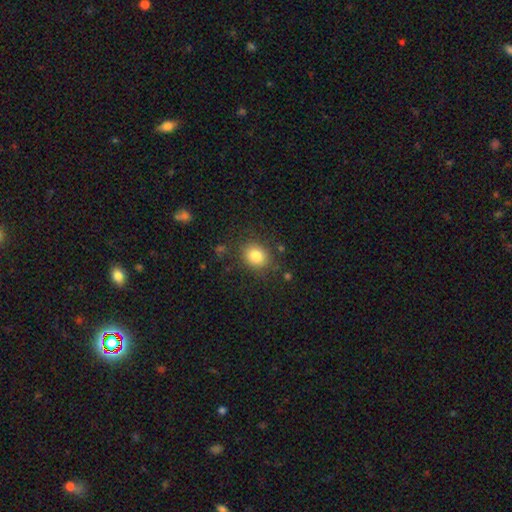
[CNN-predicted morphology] Smooth or featured? Predicted: smooth (p=0.82). How rounded? Predicted: round (p=0.59). Merging? Predicted: none (p=0.81).